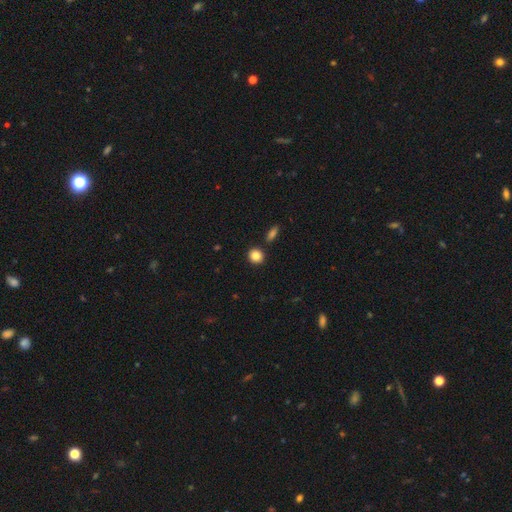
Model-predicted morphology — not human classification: A smooth galaxy with no disk features (86%) that is round (87%).

Vote fractions:
- Smooth or featured? smooth: 86% / star or artifact: 9% / featured or disk: 5%
- How rounded? round: 87% / in between: 12% / cigar-shaped: 1%
- Merging? none: 87% / minor disturbance: 6% / merger: 5% / major disturbance: 2%